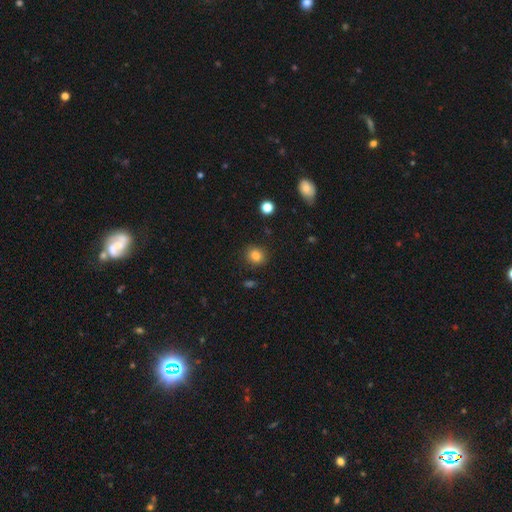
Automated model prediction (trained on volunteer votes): smooth 83%, star or artifact 11%, featured or disk 6%. Down the decision tree: how rounded — round (81%); merging — none (88%).